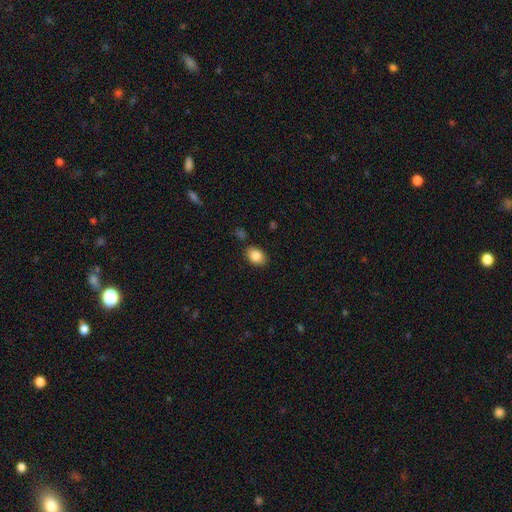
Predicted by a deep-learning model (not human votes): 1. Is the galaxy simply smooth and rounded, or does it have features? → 86% smooth, 8% star or artifact, 6% featured or disk.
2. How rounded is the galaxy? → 78% in between, 21% round, 1% cigar-shaped.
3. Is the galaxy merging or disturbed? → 82% none, 12% minor disturbance, 3% merger, 3% major disturbance.